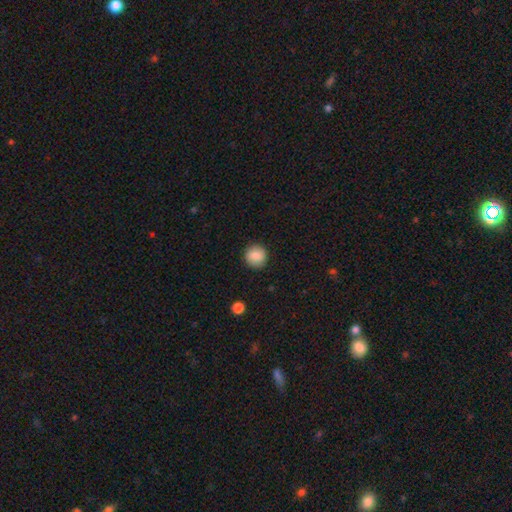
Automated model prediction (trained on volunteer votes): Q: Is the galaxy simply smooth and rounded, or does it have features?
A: smooth — 87%.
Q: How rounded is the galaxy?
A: round — 92%.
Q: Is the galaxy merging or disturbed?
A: none — 91%.